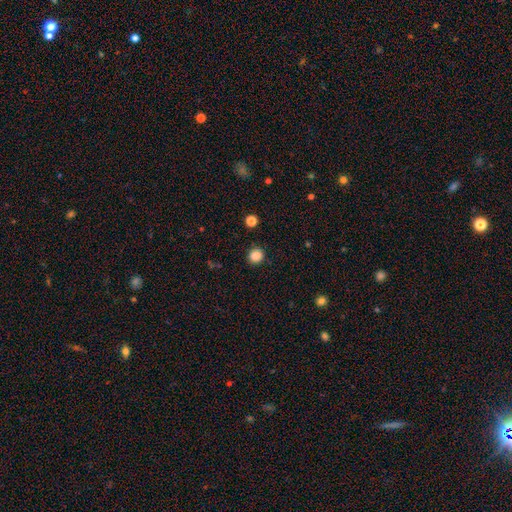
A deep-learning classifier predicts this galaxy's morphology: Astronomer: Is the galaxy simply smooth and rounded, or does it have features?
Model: smooth — 86%.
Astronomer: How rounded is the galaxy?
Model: round — 86%.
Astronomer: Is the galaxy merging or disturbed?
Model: none — 89%.